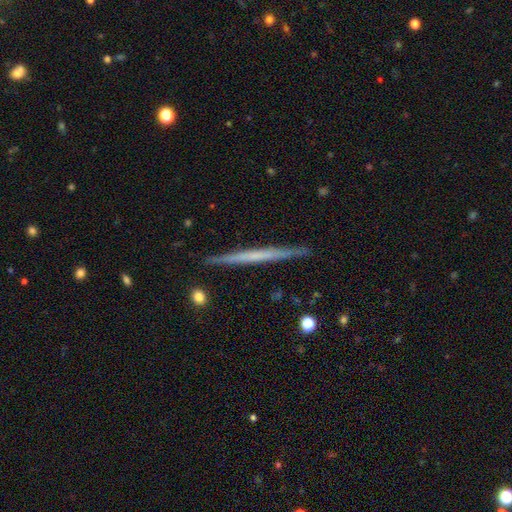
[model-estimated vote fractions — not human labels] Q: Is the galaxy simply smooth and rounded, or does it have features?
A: featured or disk — 57%.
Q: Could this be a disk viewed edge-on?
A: yes — 98%.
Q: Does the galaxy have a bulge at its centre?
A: none — 89%.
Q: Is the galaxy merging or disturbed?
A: none — 91%.